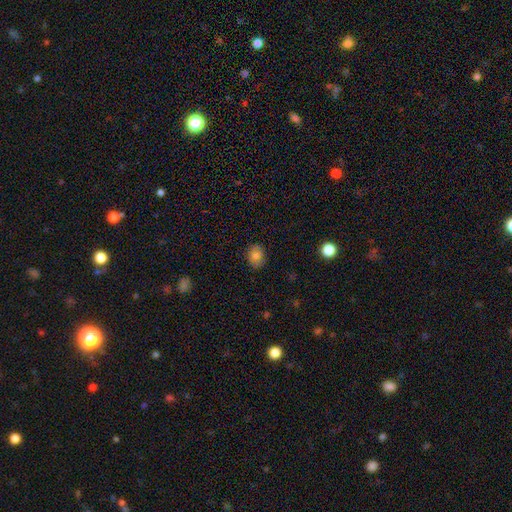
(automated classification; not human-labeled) Smooth or featured?
  - smooth: 77% *
  - featured or disk: 12%
  - star or artifact: 11%
How rounded?
  - round: 51% *
  - in between: 48%
  - cigar-shaped: 1%
Merging?
  - none: 84% *
  - minor disturbance: 12%
  - major disturbance: 2%
  - merger: 1%